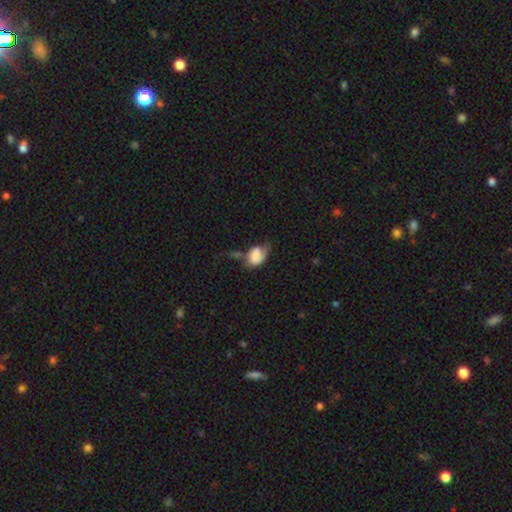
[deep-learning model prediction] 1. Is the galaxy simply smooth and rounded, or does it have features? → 64% smooth, 28% featured or disk, 9% star or artifact.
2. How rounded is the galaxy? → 78% in between, 20% round, 1% cigar-shaped.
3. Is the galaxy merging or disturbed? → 35% major disturbance, 25% minor disturbance, 22% none, 18% merger.